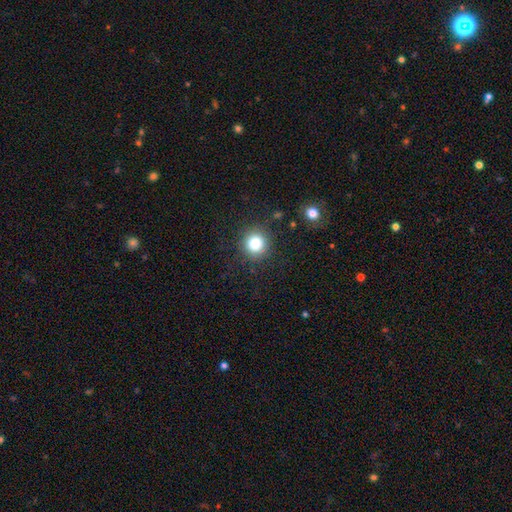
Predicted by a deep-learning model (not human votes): The model was most divided on "smooth or featured": smooth: 69%, star or artifact: 26%, featured or disk: 5%. More confident: how rounded — round (95%); merging — none (91%).